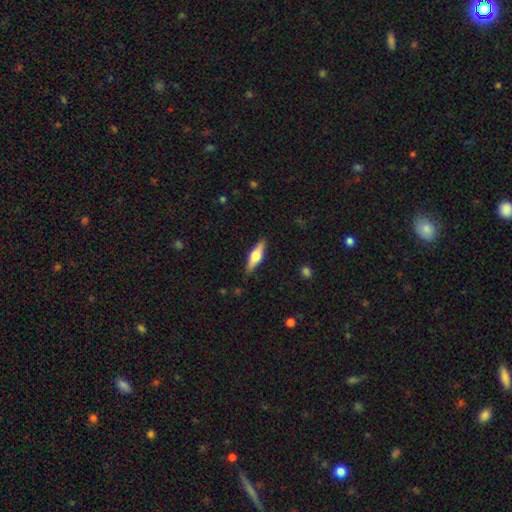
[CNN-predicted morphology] smooth_or_featured: featured or disk (p=0.55) [alt: smooth p=0.39]
disk_edge_on: yes (p=0.95) [alt: no p=0.05]
edge_on_bulge: rounded (p=0.93) [alt: boxy p=0.05]
merging: none (p=0.88) [alt: minor disturbance p=0.09]